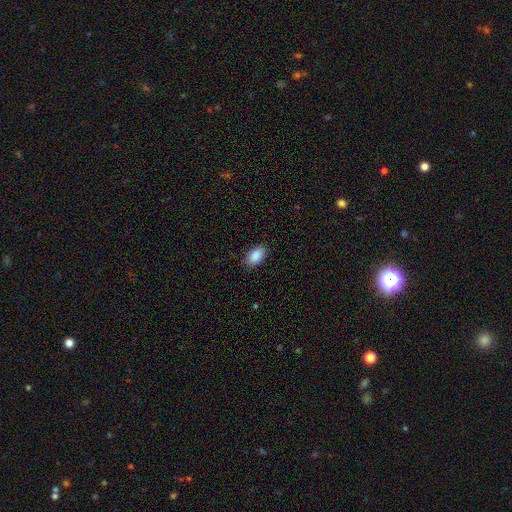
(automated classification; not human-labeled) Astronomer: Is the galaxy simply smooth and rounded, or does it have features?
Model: smooth — 90%.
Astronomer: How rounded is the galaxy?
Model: in between — 94%.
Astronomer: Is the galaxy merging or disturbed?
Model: none — 87%.